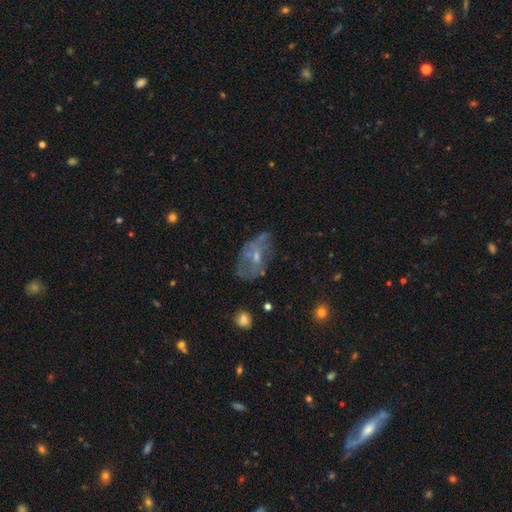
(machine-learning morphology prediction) smooth-or-featured: featured or disk: 58% | smooth: 29% | star or artifact: 13%
  disk-edge-on: no: 94% | yes: 6%
    bar: no: 66% | weak: 28% | strong: 6%
    has-spiral-arms: no: 61% | yes: 39%
    bulge-size: small: 55% | moderate: 34% | none: 8% | large: 2% | dominant: 1%
  merging: none: 48% | minor disturbance: 27% | major disturbance: 20% | merger: 5%